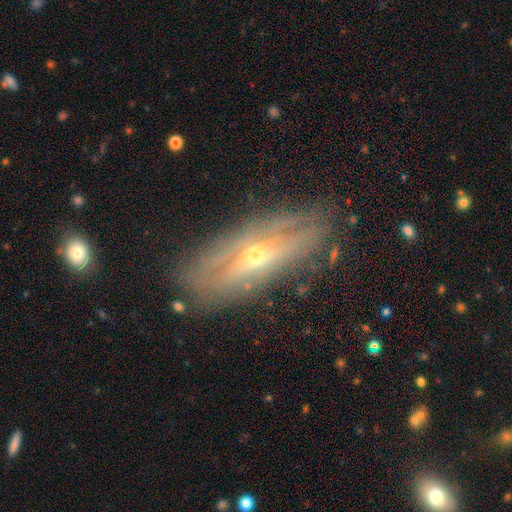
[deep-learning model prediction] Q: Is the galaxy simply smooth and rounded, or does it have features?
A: featured or disk — 75%.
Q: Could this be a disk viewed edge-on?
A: no — 55%.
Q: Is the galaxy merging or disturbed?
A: none — 79%.